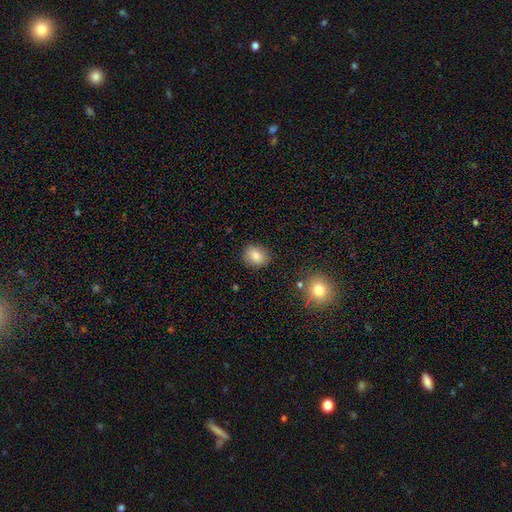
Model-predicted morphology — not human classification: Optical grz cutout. It shows a smooth galaxy with no disk features (81%) that is round (61%). Merging: none (85%).